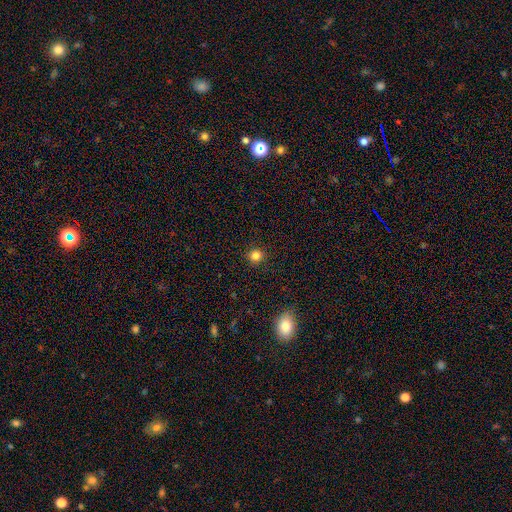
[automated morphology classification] smooth 83%, star or artifact 13%, featured or disk 4%. Down the decision tree: how rounded — round (92%); merging — none (91%).